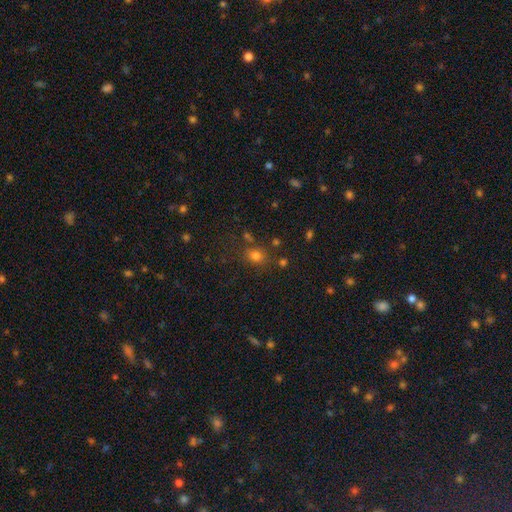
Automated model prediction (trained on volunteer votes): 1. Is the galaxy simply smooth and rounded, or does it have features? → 73% smooth, 19% star or artifact, 8% featured or disk.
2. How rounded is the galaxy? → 68% round, 31% in between, 1% cigar-shaped.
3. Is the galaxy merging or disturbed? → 74% none, 13% minor disturbance, 8% merger, 5% major disturbance.